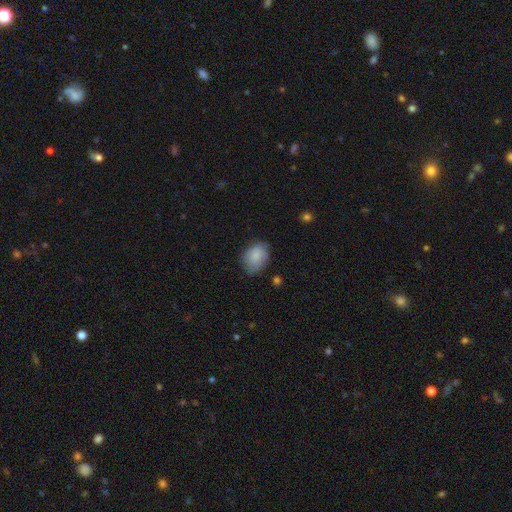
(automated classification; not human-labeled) This is clearly a smooth galaxy (85%). How rounded: likely in between (76%). Merging: likely none (69%).